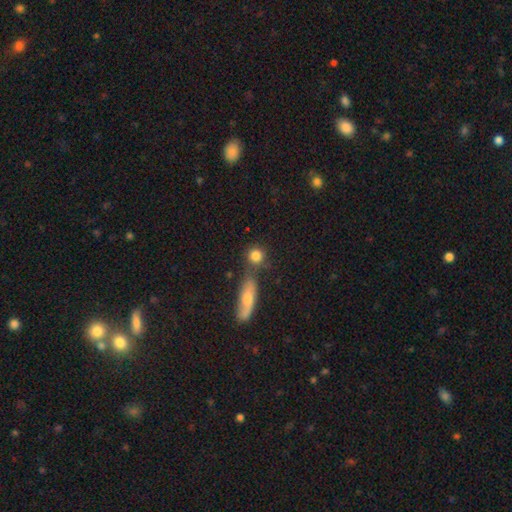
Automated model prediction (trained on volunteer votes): This is clearly a smooth galaxy (82%). How rounded: clearly round (84%). Merging: likely none (66%).